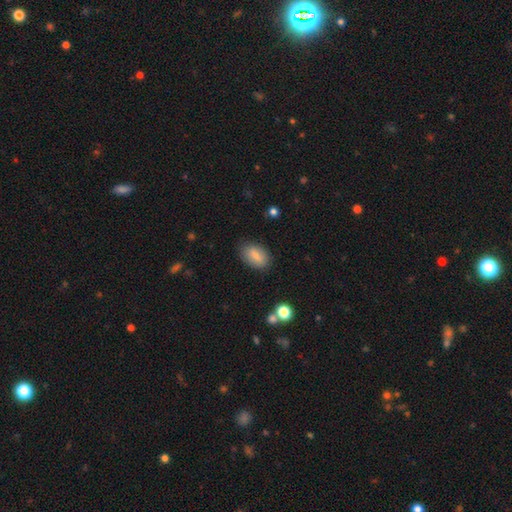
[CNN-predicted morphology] A smooth galaxy with no disk features (77%) that is in between round and cigar-shaped (88%).

Vote fractions:
- Smooth or featured? smooth: 77% / featured or disk: 15% / star or artifact: 8%
- How rounded? in between: 88% / round: 9% / cigar-shaped: 4%
- Merging? none: 82% / minor disturbance: 13% / major disturbance: 3% / merger: 2%